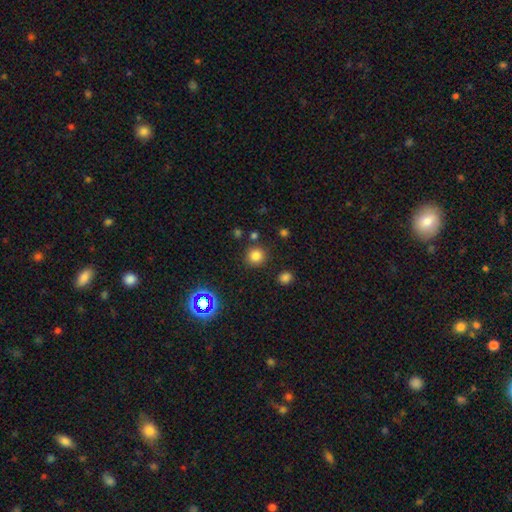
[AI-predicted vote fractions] This appears to be a smooth galaxy with no disk features (79%) that is round (93%). Merging: none (86%).